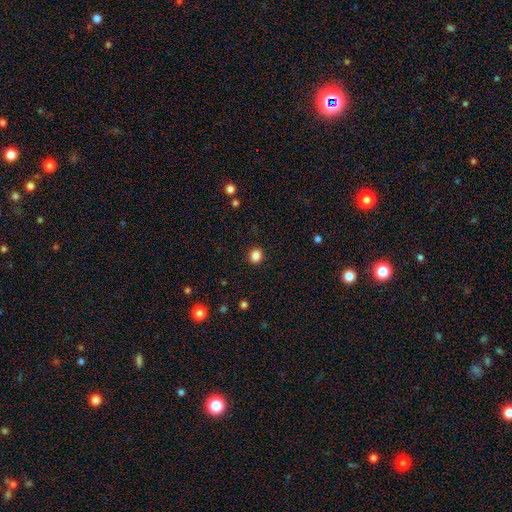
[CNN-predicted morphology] type=smooth (86%); roundness=round (67%); merging=none (91%).